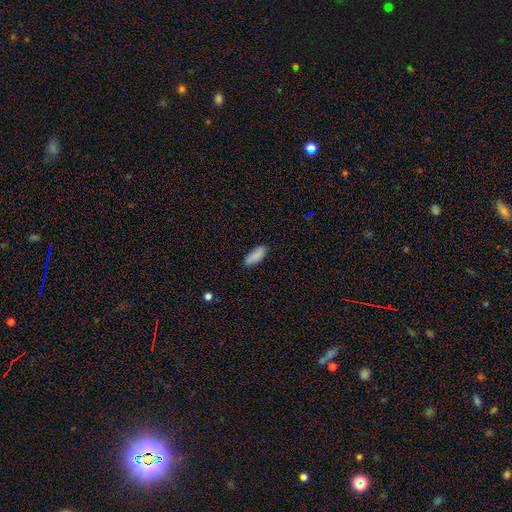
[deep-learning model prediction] Overall: smooth (88%). How rounded: in between (77%). Merging: none (82%).